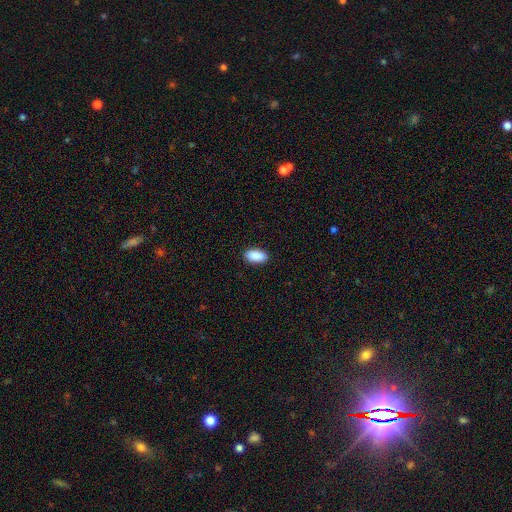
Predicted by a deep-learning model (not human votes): This is clearly a smooth galaxy (91%). How rounded: clearly in between (93%). Merging: clearly none (90%).